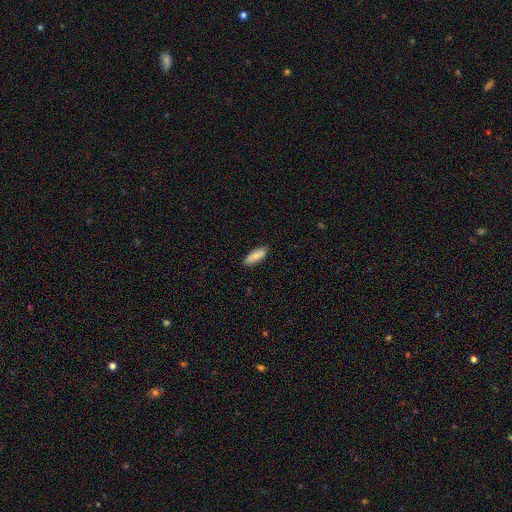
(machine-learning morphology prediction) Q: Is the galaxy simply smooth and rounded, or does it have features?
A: smooth — 83%.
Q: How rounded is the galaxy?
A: in between — 62%.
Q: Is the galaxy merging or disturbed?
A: none — 85%.